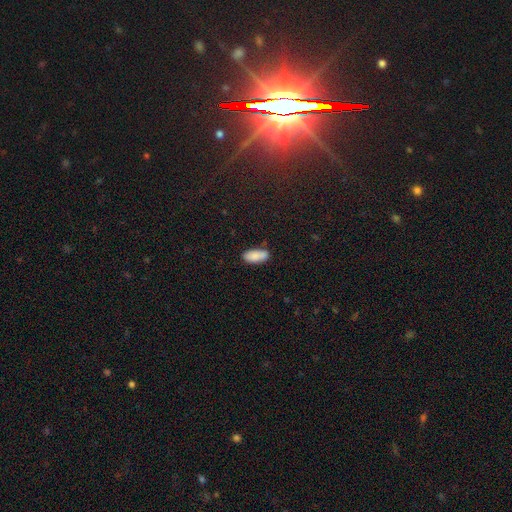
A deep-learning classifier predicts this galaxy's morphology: Smooth or featured: smooth — 86% (featured or disk — 7%)
How rounded: in between — 88% (cigar-shaped — 10%)
Merging: none — 78% (minor disturbance — 15%)